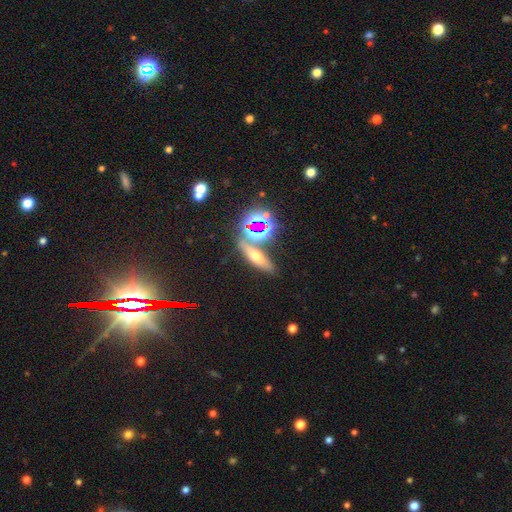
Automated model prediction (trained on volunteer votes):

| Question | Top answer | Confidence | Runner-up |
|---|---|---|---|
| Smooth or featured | smooth | 41% | star or artifact (34%) |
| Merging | none | 69% | merger (15%) |